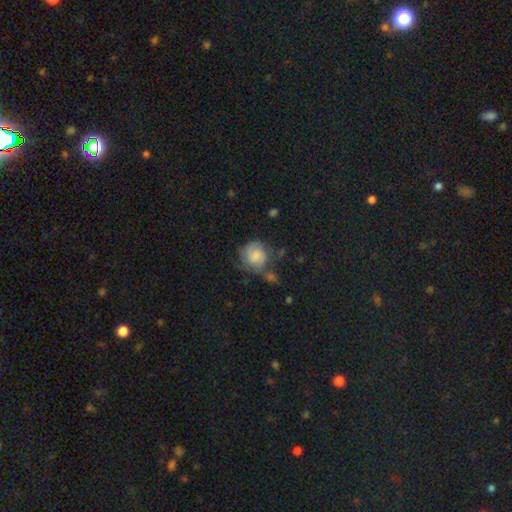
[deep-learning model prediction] smooth-or-featured: smooth: 68% | featured or disk: 23% | star or artifact: 8%
  how-rounded: round: 83% | in between: 16% | cigar-shaped: 1%
  merging: none: 47% | minor disturbance: 26% | major disturbance: 17% | merger: 10%